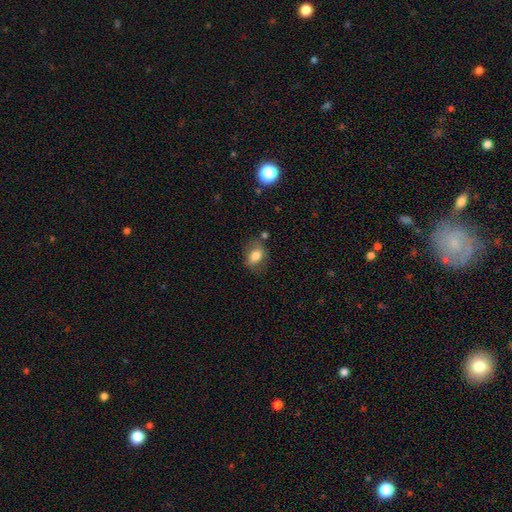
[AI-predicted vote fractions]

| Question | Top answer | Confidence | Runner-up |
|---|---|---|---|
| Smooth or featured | smooth | 76% | featured or disk (15%) |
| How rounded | in between | 75% | round (23%) |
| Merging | none | 69% | minor disturbance (19%) |